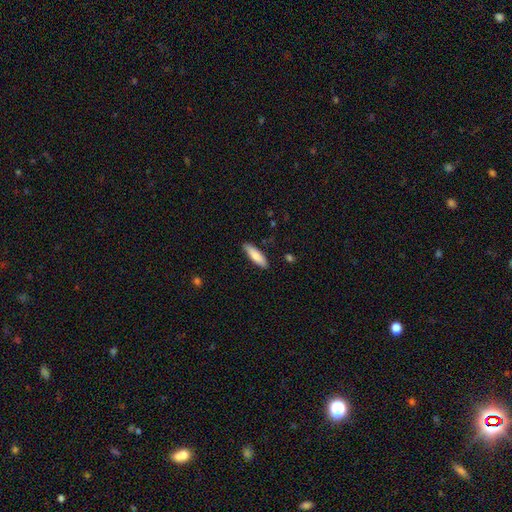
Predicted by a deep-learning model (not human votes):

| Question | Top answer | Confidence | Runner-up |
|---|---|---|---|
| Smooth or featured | smooth | 83% | featured or disk (11%) |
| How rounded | cigar-shaped | 58% | in between (41%) |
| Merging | none | 86% | minor disturbance (10%) |